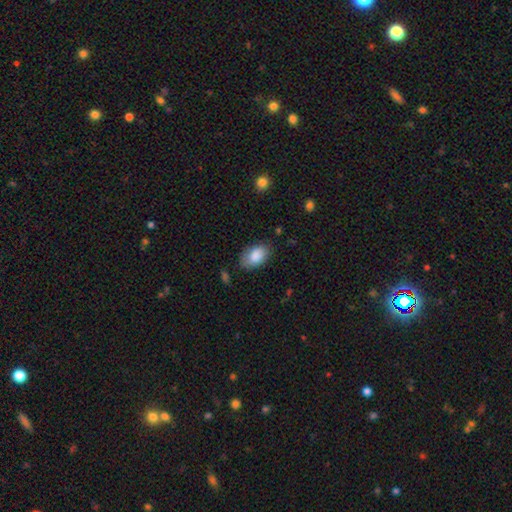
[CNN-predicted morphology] This appears to be a smooth galaxy with no disk features (86%) that is in between round and cigar-shaped (91%). Merging: none (73%).